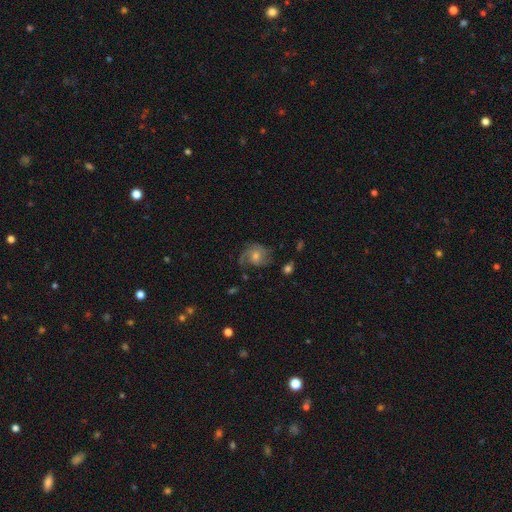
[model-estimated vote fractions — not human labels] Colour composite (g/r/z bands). It shows a featured or disk galaxy (72%) with no bar (69%), 2 (46%) medium (45%) spiral arms (93%) and a moderate central bulge (57%). Merging: none (65%).